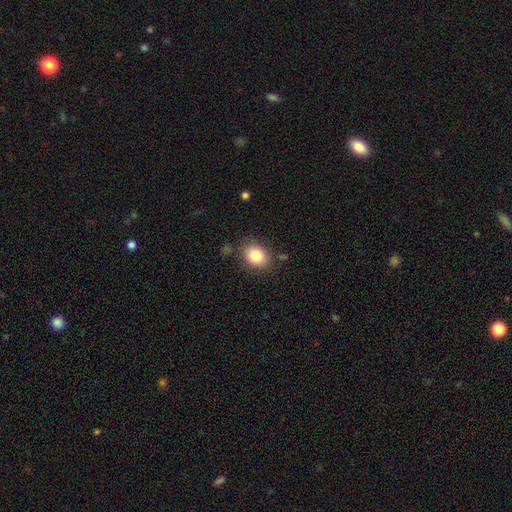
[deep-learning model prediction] Smooth or featured: smooth — 84% (star or artifact — 9%)
How rounded: in between — 57% (round — 42%)
Merging: none — 81% (minor disturbance — 12%)